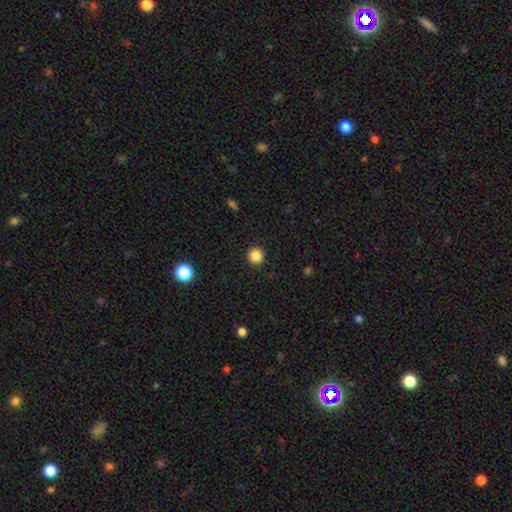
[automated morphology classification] type=smooth (86%); roundness=round (95%); merging=none (93%).